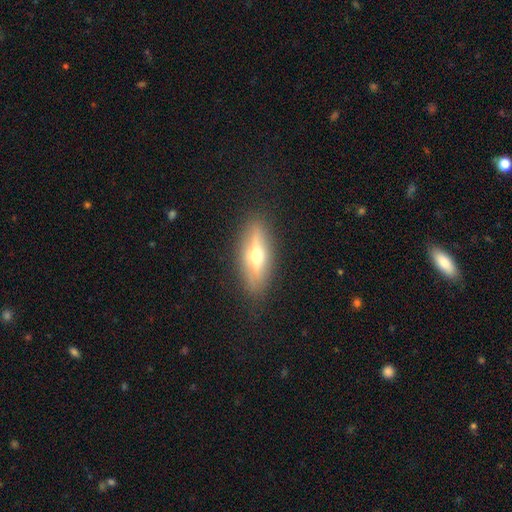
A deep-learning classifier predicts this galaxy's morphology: Overall: featured or disk (56%; smooth 36%). Edge-on disk: yes (82%). Merging: none (87%).